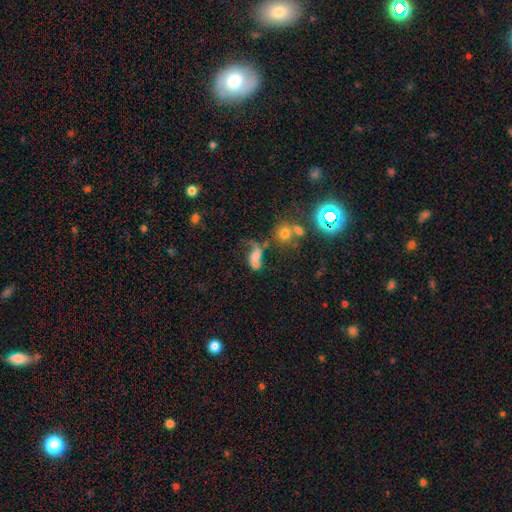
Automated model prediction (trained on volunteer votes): A featured or disk galaxy (41%).

Vote fractions:
- Smooth or featured? featured or disk: 41% / smooth: 40% / star or artifact: 19%
- Merging? merger: 37% / major disturbance: 28% / none: 22% / minor disturbance: 13%